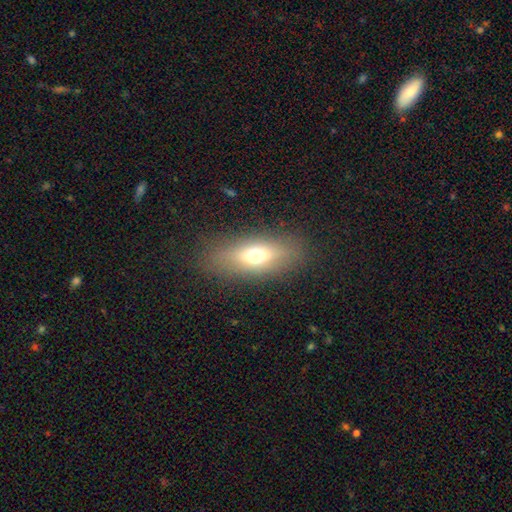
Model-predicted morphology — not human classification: Smooth or featured: smooth — 62% (featured or disk — 26%)
How rounded: in between — 72% (cigar-shaped — 20%)
Merging: none — 83% (minor disturbance — 11%)